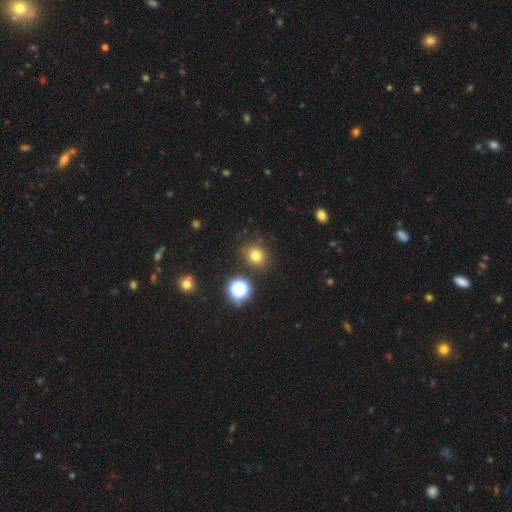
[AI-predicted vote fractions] smooth-or-featured: smooth: 75% | star or artifact: 18% | featured or disk: 7%
  how-rounded: round: 79% | in between: 20% | cigar-shaped: 1%
  merging: none: 82% | minor disturbance: 10% | merger: 4% | major disturbance: 3%